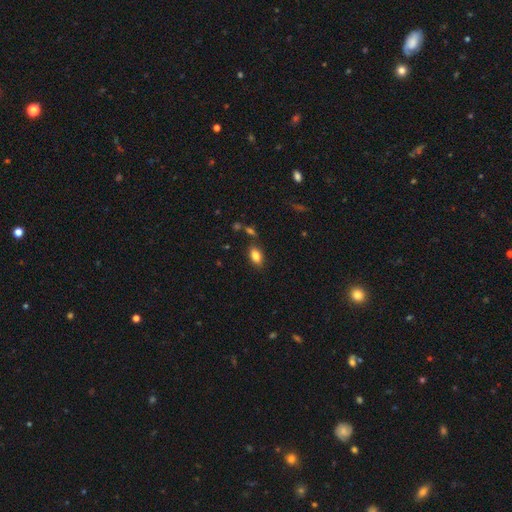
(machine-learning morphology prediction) type=smooth (84%); roundness=in between (90%); merging=none (80%).